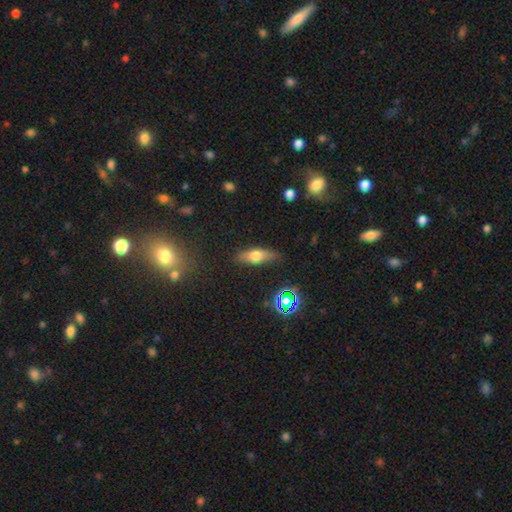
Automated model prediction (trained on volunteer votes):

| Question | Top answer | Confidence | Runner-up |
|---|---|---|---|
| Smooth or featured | smooth | 57% | featured or disk (31%) |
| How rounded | in between | 58% | cigar-shaped (37%) |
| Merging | none | 82% | minor disturbance (13%) |